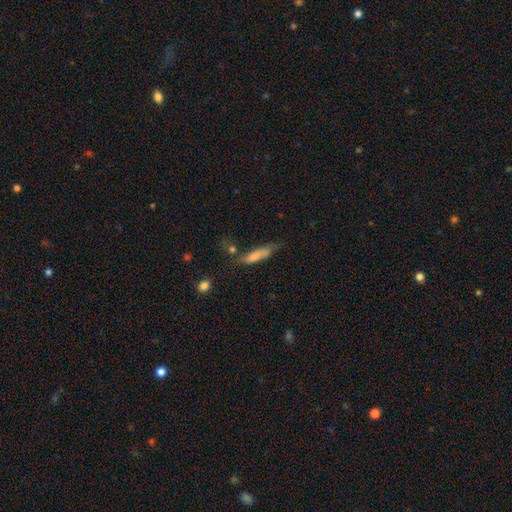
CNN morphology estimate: smooth_or_featured: smooth (p=0.72) [alt: featured or disk p=0.20]
how_rounded: cigar-shaped (p=0.67) [alt: in between p=0.31]
merging: none (p=0.44) [alt: minor disturbance p=0.27]